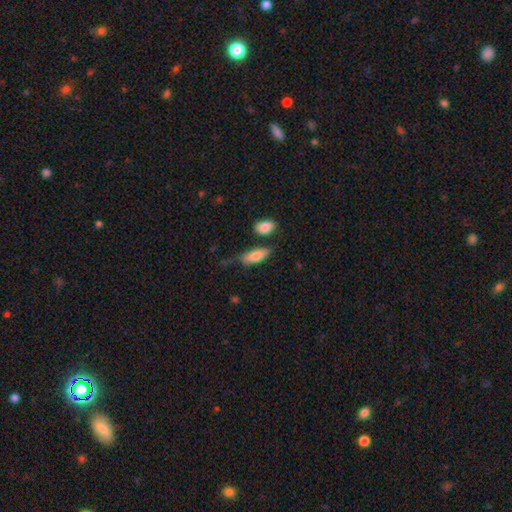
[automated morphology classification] Smooth or featured? smooth (81%)
How rounded? in between (76%)
Merging? none (54%)